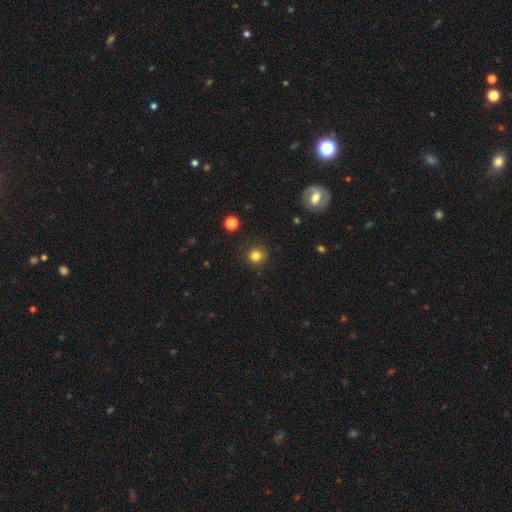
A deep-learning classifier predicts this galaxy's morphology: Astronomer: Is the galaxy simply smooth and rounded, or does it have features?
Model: smooth — 82%.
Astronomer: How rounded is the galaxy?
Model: round — 91%.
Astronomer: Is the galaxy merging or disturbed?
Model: none — 90%.